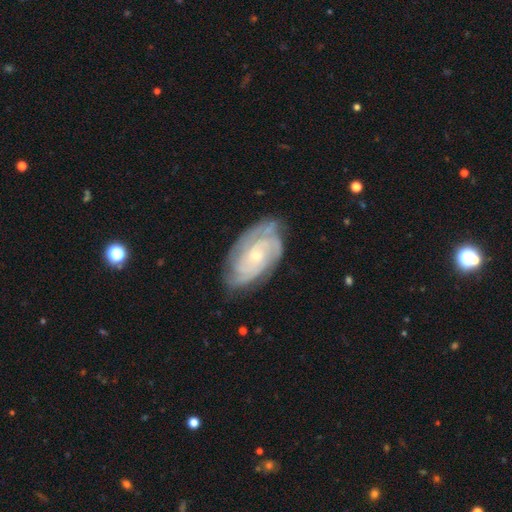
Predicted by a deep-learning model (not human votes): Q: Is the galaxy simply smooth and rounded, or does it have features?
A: featured or disk — 86%.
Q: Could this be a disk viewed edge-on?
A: no — 96%.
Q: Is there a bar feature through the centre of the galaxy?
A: no — 71%.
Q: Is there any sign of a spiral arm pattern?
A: yes — 96%.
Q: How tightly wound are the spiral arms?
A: tight — 69%.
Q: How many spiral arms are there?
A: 3 — 27%.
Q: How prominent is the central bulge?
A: small — 71%.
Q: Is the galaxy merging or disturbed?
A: none — 75%.